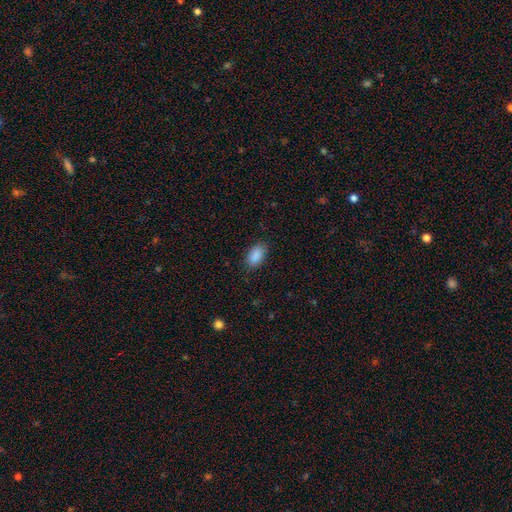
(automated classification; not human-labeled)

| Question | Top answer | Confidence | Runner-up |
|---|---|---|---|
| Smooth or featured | smooth | 89% | star or artifact (7%) |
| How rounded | in between | 92% | round (6%) |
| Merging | none | 83% | minor disturbance (13%) |